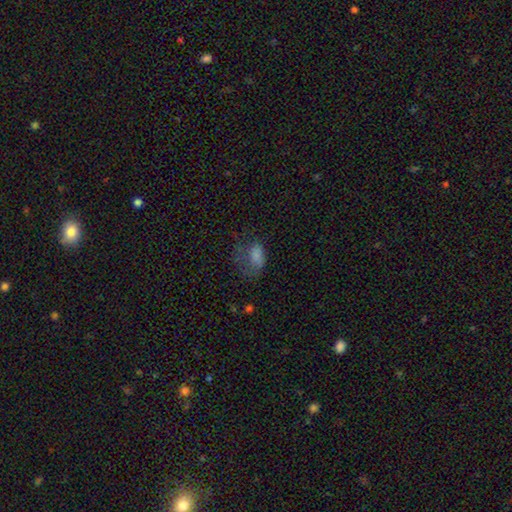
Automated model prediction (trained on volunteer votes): This is likely a smooth galaxy (69%). How rounded: clearly in between (85%). Merging: possibly major disturbance (48%).